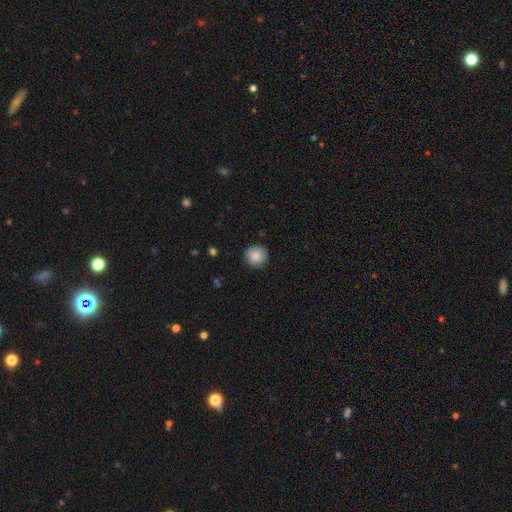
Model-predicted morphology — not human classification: smooth-or-featured: smooth: 84% | featured or disk: 8% | star or artifact: 8%
  how-rounded: round: 93% | in between: 6% | cigar-shaped: 1%
  merging: none: 87% | minor disturbance: 10% | major disturbance: 2% | merger: 1%